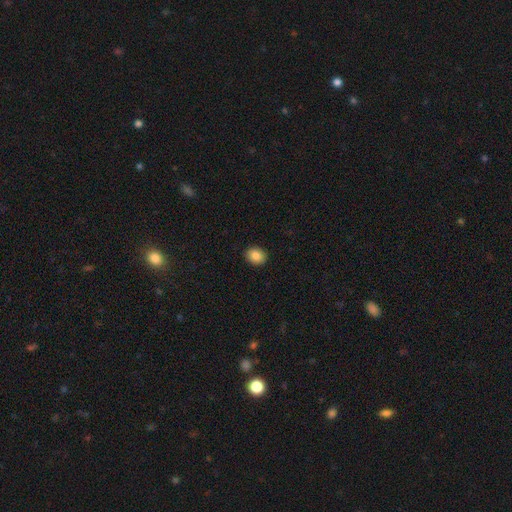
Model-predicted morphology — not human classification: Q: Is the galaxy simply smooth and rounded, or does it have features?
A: smooth — 87%.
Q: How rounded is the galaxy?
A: round — 63%.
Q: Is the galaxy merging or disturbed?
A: none — 91%.